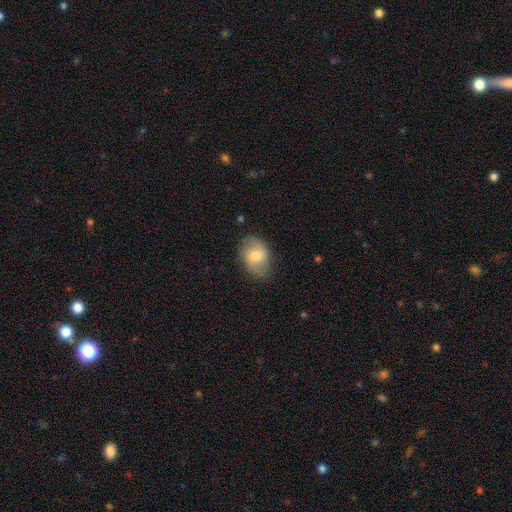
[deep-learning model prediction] smooth_or_featured: smooth (p=0.50) [alt: featured or disk p=0.43]
merging: none (p=0.79) [alt: minor disturbance p=0.16]